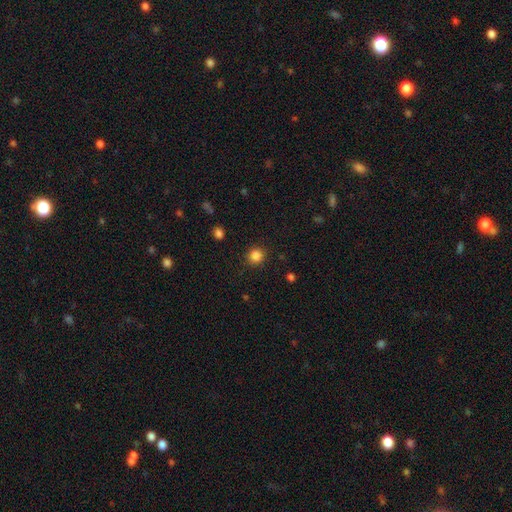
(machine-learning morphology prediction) smooth 85%, star or artifact 12%, featured or disk 3%. Down the decision tree: how rounded — round (91%); merging — none (90%).